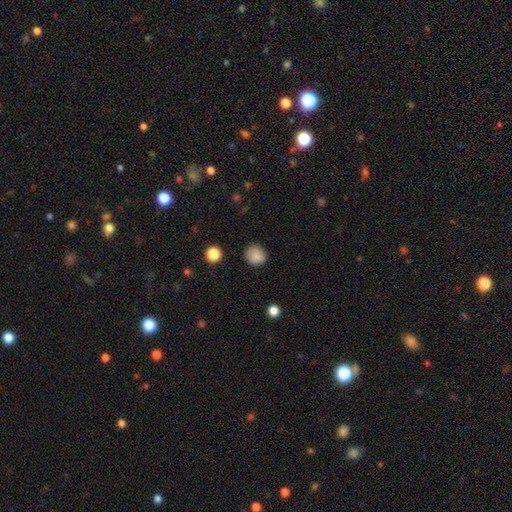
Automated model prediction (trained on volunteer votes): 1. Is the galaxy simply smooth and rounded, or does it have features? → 86% smooth, 10% star or artifact, 4% featured or disk.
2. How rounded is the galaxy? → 84% round, 15% in between, 1% cigar-shaped.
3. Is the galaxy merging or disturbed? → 83% none, 12% minor disturbance, 3% major disturbance, 1% merger.